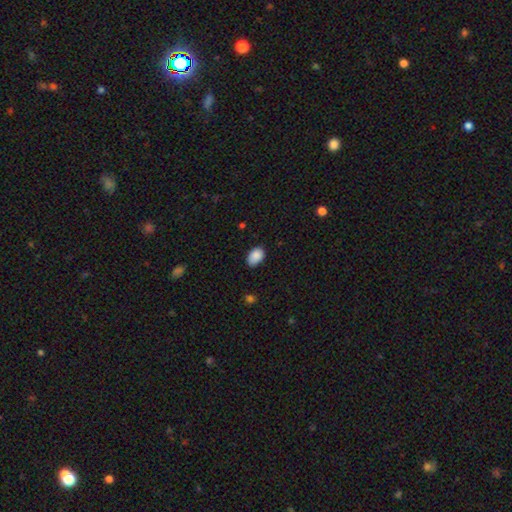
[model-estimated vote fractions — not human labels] A smooth galaxy with no disk features (89%) that is in between round and cigar-shaped (89%). Merging: none (76%).